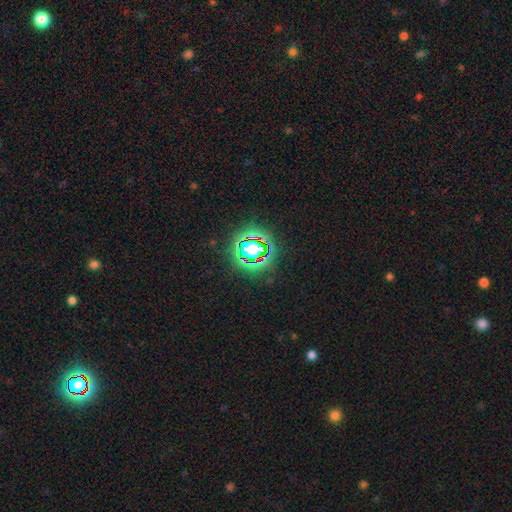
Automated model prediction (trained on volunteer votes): This appears to be a star or artifact, not a galaxy (81%).